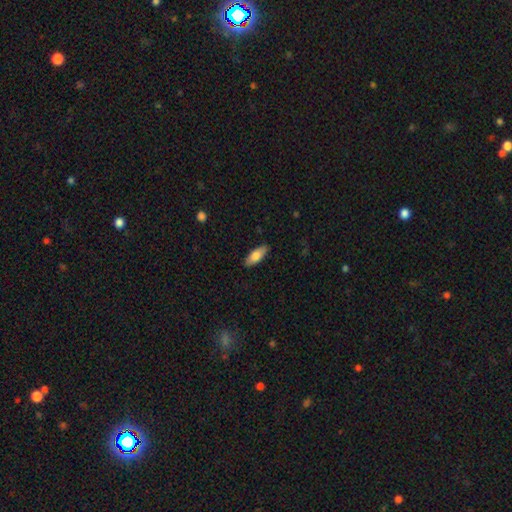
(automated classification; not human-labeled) smooth_or_featured: smooth (p=0.76) [alt: featured or disk p=0.18]
how_rounded: in between (p=0.74) [alt: cigar-shaped p=0.24]
merging: none (p=0.88) [alt: minor disturbance p=0.09]